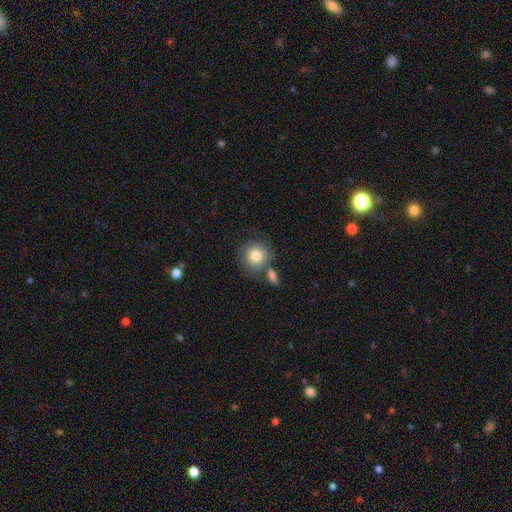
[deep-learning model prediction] smooth 81%, featured or disk 11%, star or artifact 8%. Down the decision tree: how rounded — round (89%); merging — none (65%).